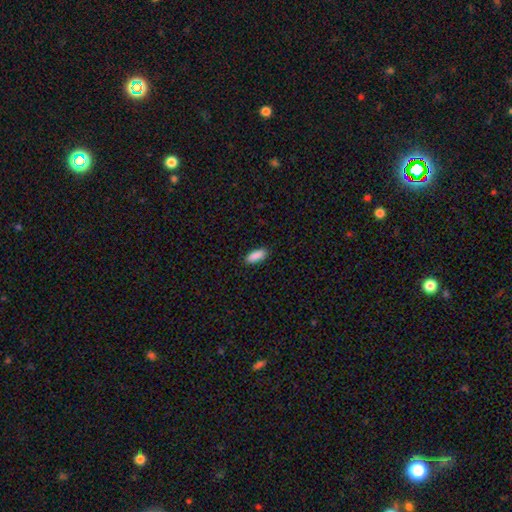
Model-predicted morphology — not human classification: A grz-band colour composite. It shows a smooth galaxy with no disk features (90%) that is in between round and cigar-shaped (79%). Merging: none (88%).